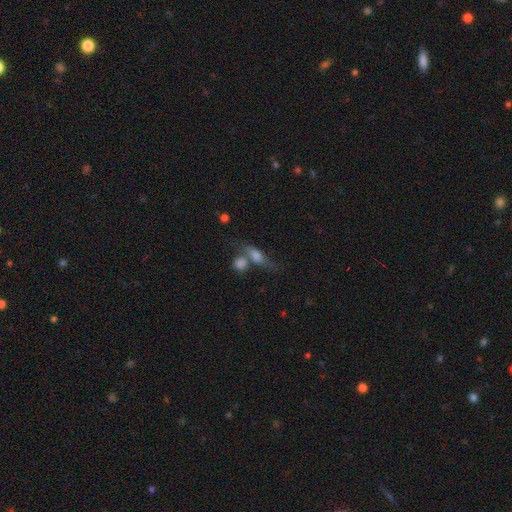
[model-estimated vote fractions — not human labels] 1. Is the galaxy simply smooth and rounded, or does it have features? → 56% smooth, 31% featured or disk, 13% star or artifact.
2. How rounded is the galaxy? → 51% in between, 29% cigar-shaped, 20% round.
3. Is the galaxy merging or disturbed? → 38% merger, 37% none, 14% minor disturbance, 11% major disturbance.